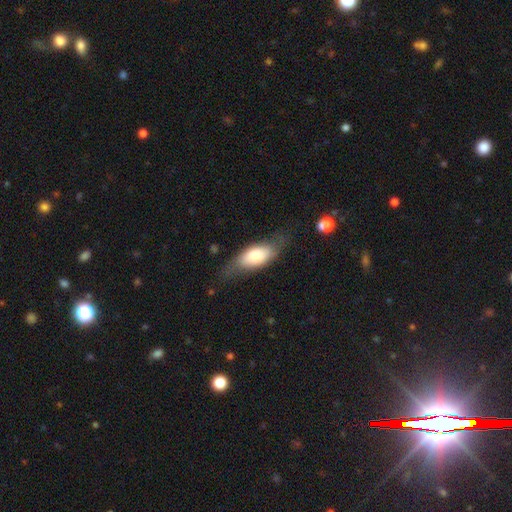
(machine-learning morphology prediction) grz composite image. It shows a smooth galaxy with no disk features (68%) that is in between round and cigar-shaped (78%). Merging: none (63%).